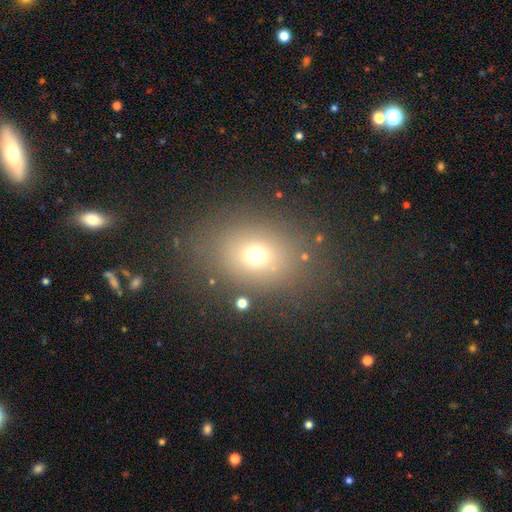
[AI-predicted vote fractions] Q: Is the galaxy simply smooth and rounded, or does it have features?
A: smooth — 68%.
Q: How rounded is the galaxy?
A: round — 51%.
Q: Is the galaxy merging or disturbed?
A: none — 80%.